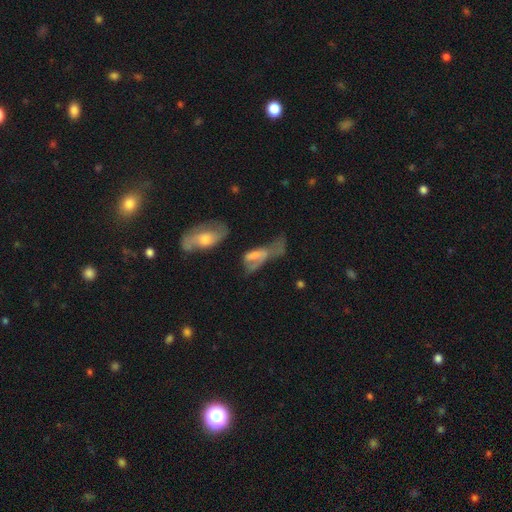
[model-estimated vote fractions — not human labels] smooth-or-featured: smooth: 54% | featured or disk: 36% | star or artifact: 11%
  how-rounded: in between: 77% | cigar-shaped: 18% | round: 5%
  merging: major disturbance: 39% | merger: 28% | minor disturbance: 17% | none: 16%